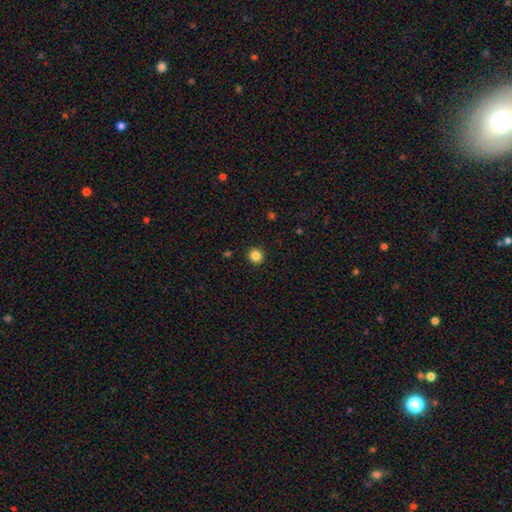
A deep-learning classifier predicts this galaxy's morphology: Smooth or featured? smooth (85%)
How rounded? round (95%)
Merging? none (93%)